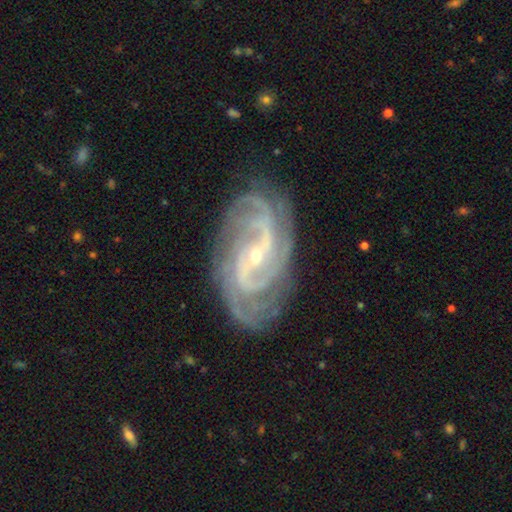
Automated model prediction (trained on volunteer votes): Smooth or featured: featured or disk — 91% (star or artifact — 5%)
Edge-on disk: no — 97% (yes — 3%)
Bar: weak — 39% (strong — 33%)
Spiral arms: yes — 98% (no — 2%)
Spiral winding: medium — 45% (tight — 43%)
Spiral arm count: 2 — 36% (3 — 21%)
Bulge size: small — 82% (moderate — 15%)
Merging: none — 75% (minor disturbance — 17%)